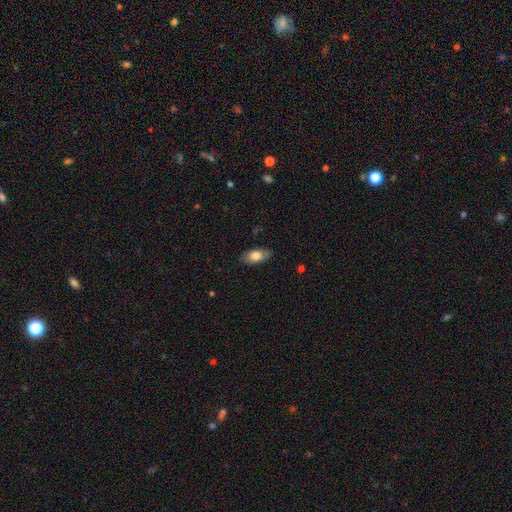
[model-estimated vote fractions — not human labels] A smooth galaxy with no disk features (78%) that is in between round and cigar-shaped (88%). Merging: none (83%).